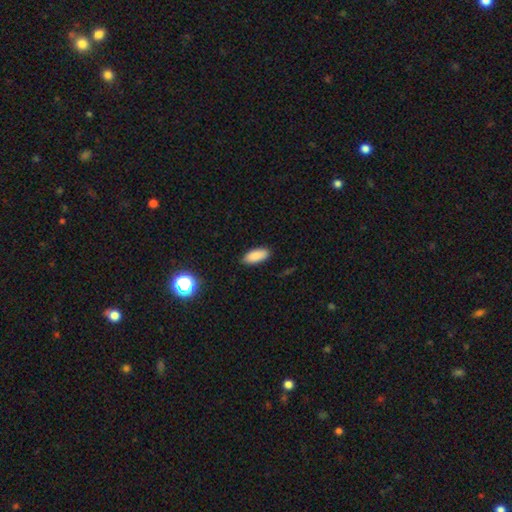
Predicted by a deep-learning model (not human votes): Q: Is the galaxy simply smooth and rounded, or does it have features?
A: smooth — 88%.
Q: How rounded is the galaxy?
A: in between — 85%.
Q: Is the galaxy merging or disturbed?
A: none — 87%.